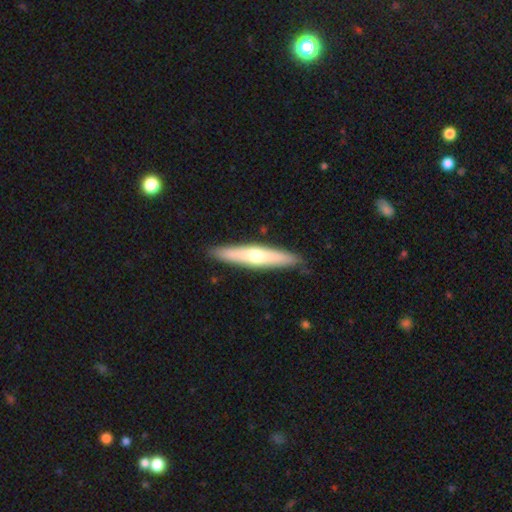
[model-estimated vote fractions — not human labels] This is possibly a smooth galaxy (49%). Merging: clearly none (88%).